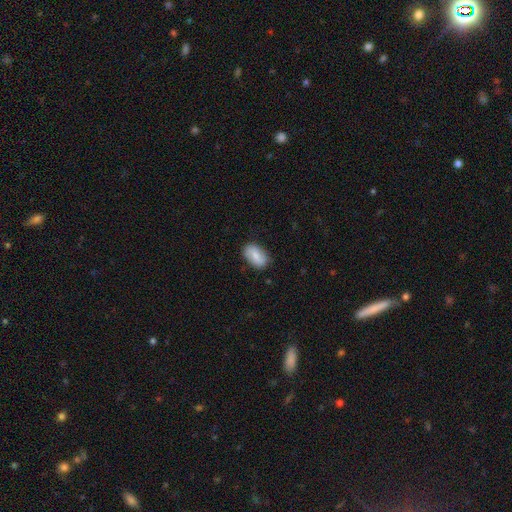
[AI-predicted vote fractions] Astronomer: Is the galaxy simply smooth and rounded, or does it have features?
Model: smooth — 76%.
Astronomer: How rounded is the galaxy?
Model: in between — 91%.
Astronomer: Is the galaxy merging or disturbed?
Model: none — 80%.